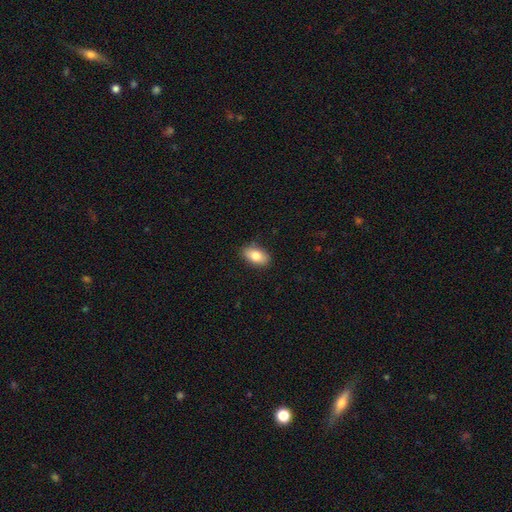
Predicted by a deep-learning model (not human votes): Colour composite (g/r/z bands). It shows a smooth galaxy with no disk features (81%) that is in between round and cigar-shaped (91%). Merging: none (87%).